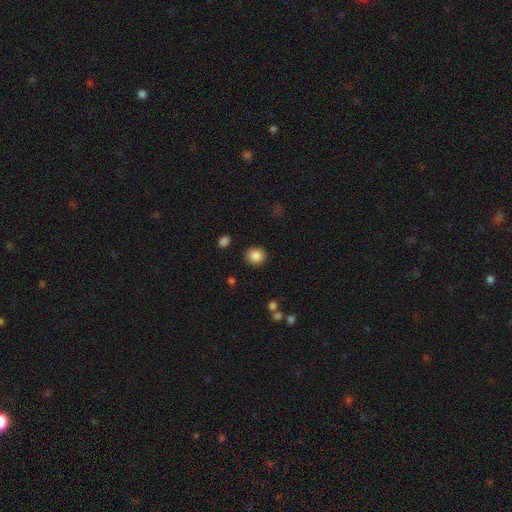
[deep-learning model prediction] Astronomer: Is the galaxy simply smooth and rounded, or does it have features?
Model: smooth — 86%.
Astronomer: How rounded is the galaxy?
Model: round — 79%.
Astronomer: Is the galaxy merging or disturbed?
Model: none — 89%.